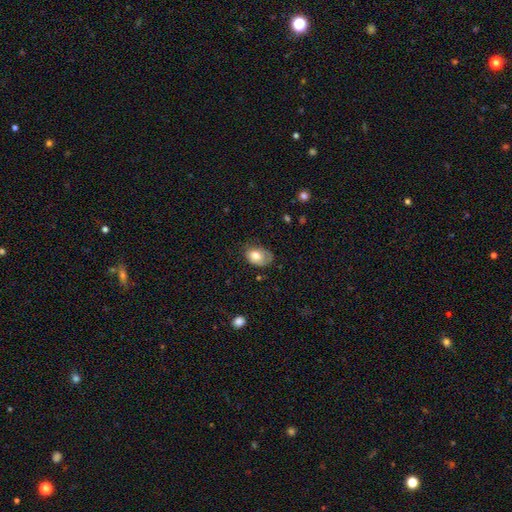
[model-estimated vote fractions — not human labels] Smooth or featured?
  - smooth: 73% *
  - featured or disk: 20%
  - star or artifact: 8%
How rounded?
  - in between: 79% *
  - round: 20%
  - cigar-shaped: 1%
Merging?
  - none: 49% *
  - minor disturbance: 34%
  - major disturbance: 15%
  - merger: 2%